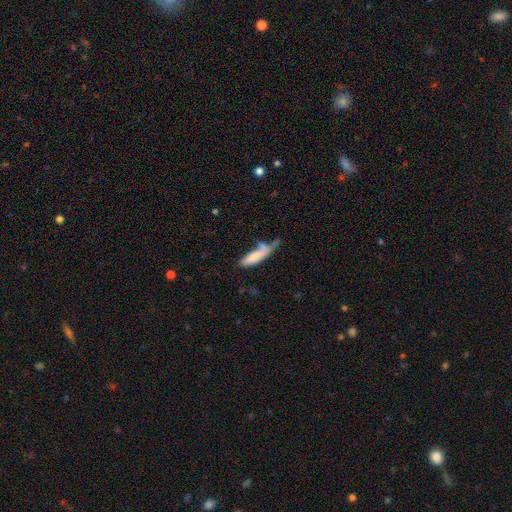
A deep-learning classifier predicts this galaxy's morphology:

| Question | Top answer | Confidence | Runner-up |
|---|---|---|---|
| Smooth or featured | smooth | 77% | featured or disk (17%) |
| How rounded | cigar-shaped | 64% | in between (34%) |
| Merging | none | 41% | minor disturbance (27%) |